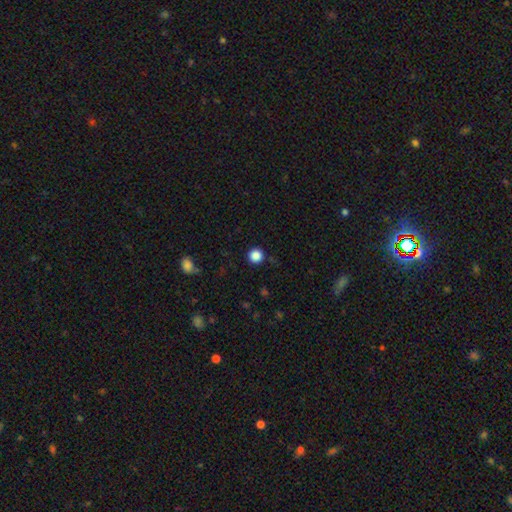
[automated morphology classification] Q: Smooth or featured?
A: smooth (87%); runner-up: star or artifact (10%)
Q: How rounded?
A: round (96%); runner-up: in between (4%)
Q: Merging?
A: none (91%); runner-up: minor disturbance (5%)